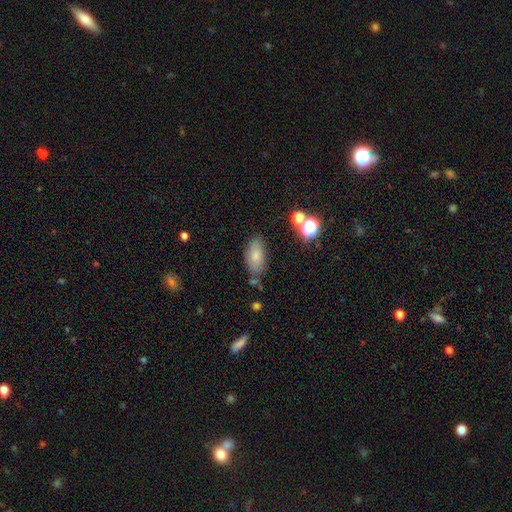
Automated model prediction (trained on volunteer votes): Smooth or featured?
  - smooth: 75% *
  - featured or disk: 15%
  - star or artifact: 10%
How rounded?
  - in between: 87% *
  - cigar-shaped: 8%
  - round: 5%
Merging?
  - none: 66% *
  - minor disturbance: 21%
  - merger: 7%
  - major disturbance: 6%